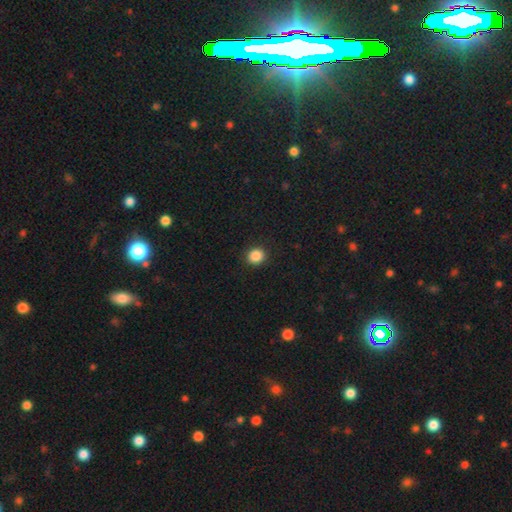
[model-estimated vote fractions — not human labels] This appears to be a smooth galaxy with no disk features (87%) that is round (81%). Merging: none (91%).